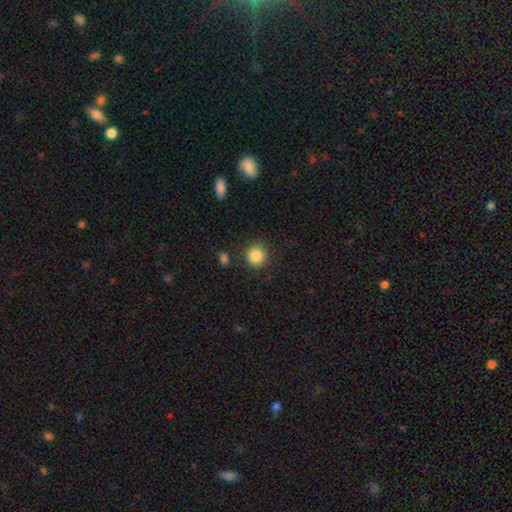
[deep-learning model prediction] Smooth or featured? Predicted: smooth (p=0.86). How rounded? Predicted: round (p=0.92). Merging? Predicted: none (p=0.87).